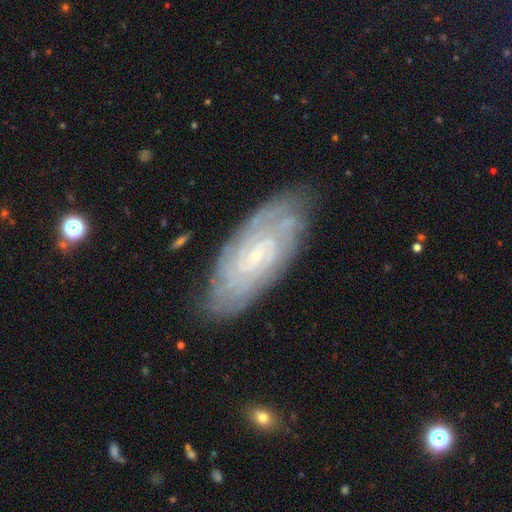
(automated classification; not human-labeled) smooth_or_featured: featured or disk (p=0.82) [alt: smooth p=0.11]
disk_edge_on: no (p=0.92) [alt: yes p=0.08]
bar: no (p=0.55) [alt: weak p=0.35]
has_spiral_arms: yes (p=0.95) [alt: no p=0.05]
spiral_winding: tight (p=0.76) [alt: medium p=0.19]
spiral_arm_count: can't tell (p=0.45) [alt: 4 p=0.15]
bulge_size: small (p=0.84) [alt: moderate p=0.10]
merging: none (p=0.80) [alt: minor disturbance p=0.15]